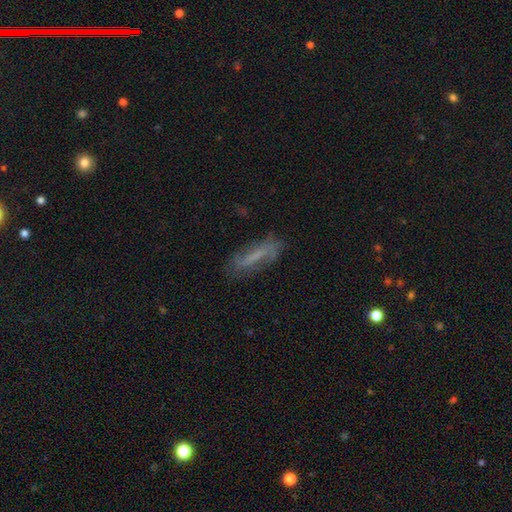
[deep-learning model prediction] Smooth or featured: featured or disk — 49% (smooth — 40%)
Merging: none — 71% (minor disturbance — 20%)